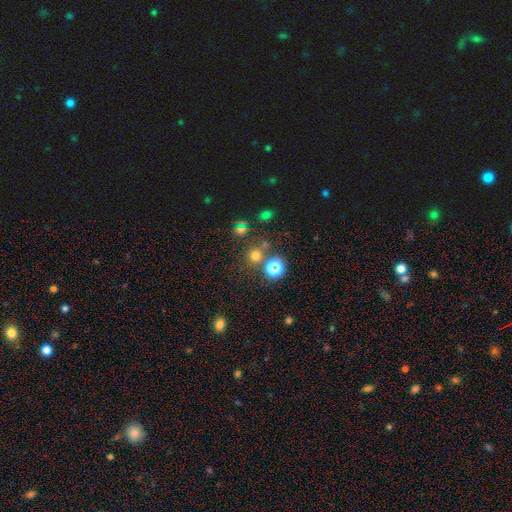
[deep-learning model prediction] Smooth or featured?
  - smooth: 58% *
  - star or artifact: 34%
  - featured or disk: 8%
How rounded?
  - round: 88% *
  - in between: 11%
  - cigar-shaped: 1%
Merging?
  - none: 73% *
  - merger: 14%
  - minor disturbance: 8%
  - major disturbance: 4%